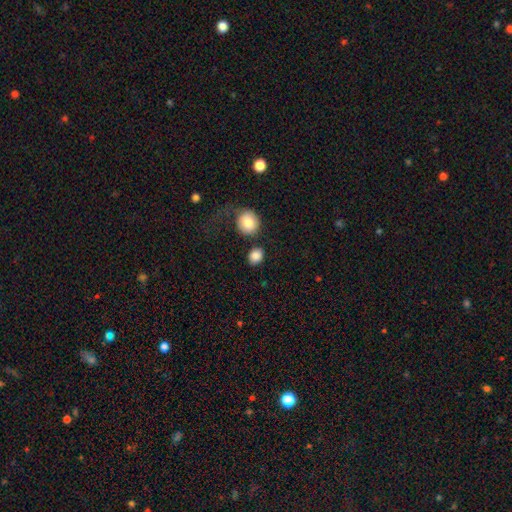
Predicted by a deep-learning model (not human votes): smooth 87%, star or artifact 8%, featured or disk 5%. Down the decision tree: how rounded — round (63%); merging — none (76%).